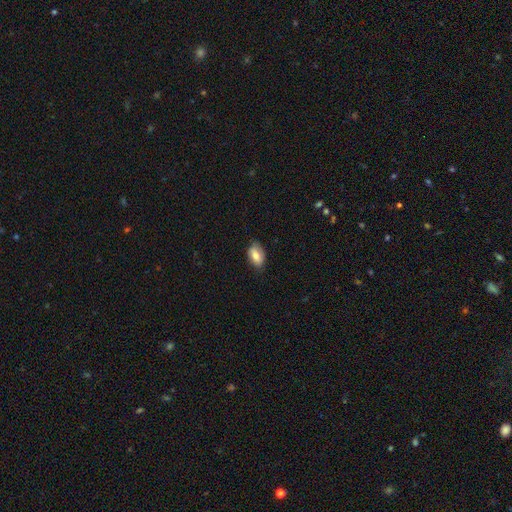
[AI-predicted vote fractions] Morphology: type=smooth (74%); roundness=in between (91%); merging=none (76%).